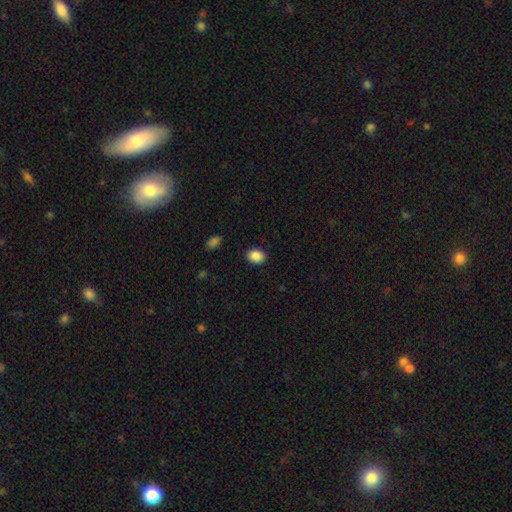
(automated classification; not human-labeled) Smooth or featured?
  - smooth: 89% *
  - star or artifact: 8%
  - featured or disk: 3%
How rounded?
  - in between: 63% *
  - round: 36%
  - cigar-shaped: 1%
Merging?
  - none: 89% *
  - minor disturbance: 8%
  - major disturbance: 2%
  - merger: 1%